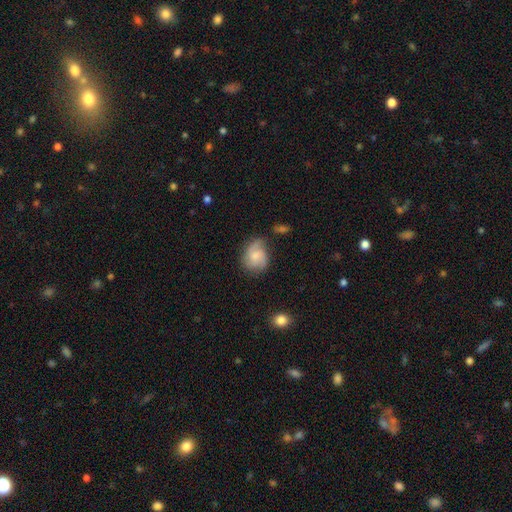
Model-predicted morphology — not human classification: smooth-or-featured: smooth: 50% | featured or disk: 43% | star or artifact: 8%
  merging: none: 53% | minor disturbance: 30% | major disturbance: 13% | merger: 4%